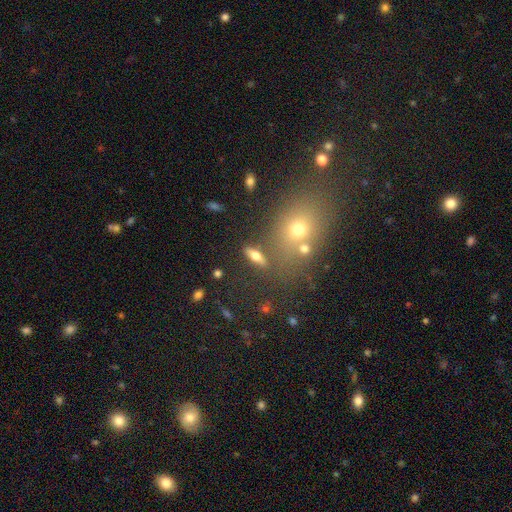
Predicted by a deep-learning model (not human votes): Morphology: type=smooth (52%); roundness=in between (54%); merging=none (77%).